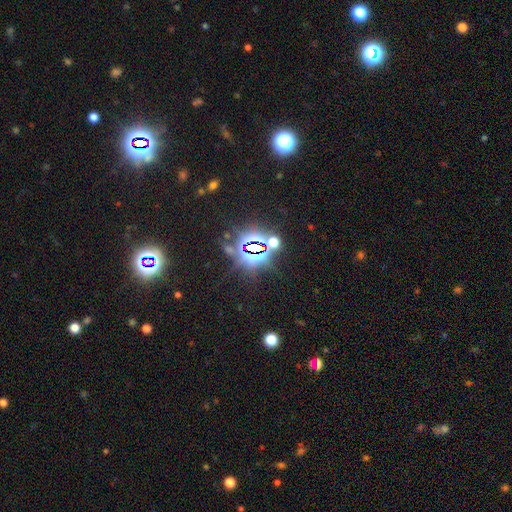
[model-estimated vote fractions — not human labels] Smooth or featured? Predicted: star or artifact (p=0.80).